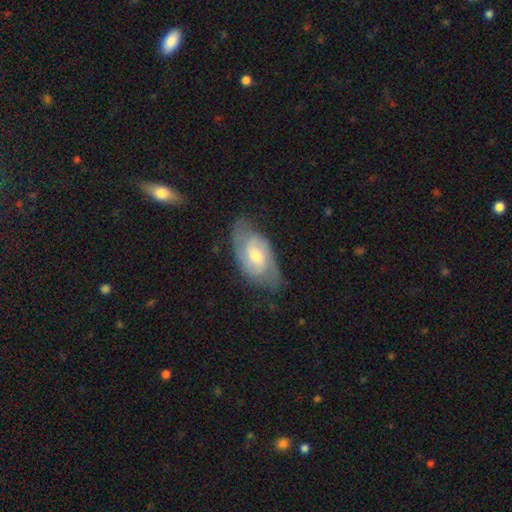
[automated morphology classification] smooth_or_featured: featured or disk (p=0.71) [alt: smooth p=0.24]
disk_edge_on: no (p=0.94) [alt: yes p=0.06]
bar: weak (p=0.46) [tied with: no p=0.46]
has_spiral_arms: yes (p=0.91) [alt: no p=0.09]
spiral_winding: medium (p=0.47) [alt: tight p=0.35]
spiral_arm_count: 2 (p=0.70) [alt: can't tell p=0.17]
bulge_size: moderate (p=0.59) [alt: small p=0.32]
merging: none (p=0.69) [alt: minor disturbance p=0.23]